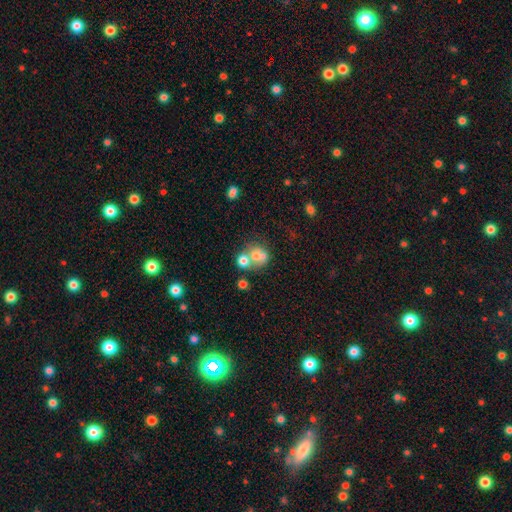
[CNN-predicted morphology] type=smooth (61%); roundness=round (70%); merging=merger (55%).